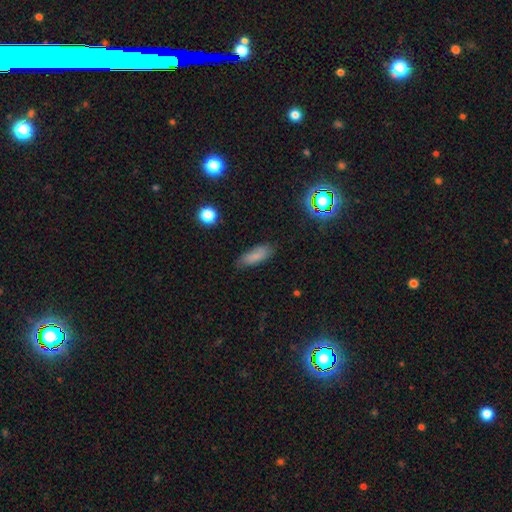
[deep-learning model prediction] Overall: smooth (79%). How rounded: in between (69%). Merging: none (76%).